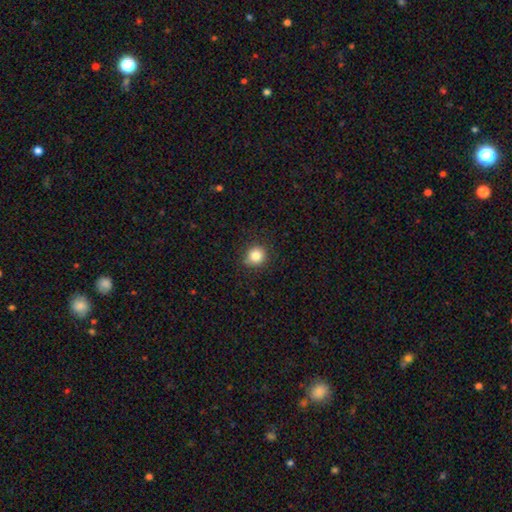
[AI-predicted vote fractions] Overall: smooth (83%). How rounded: round (89%). Merging: none (86%).